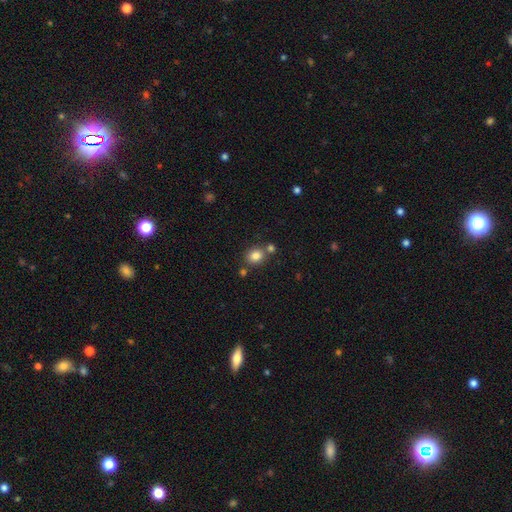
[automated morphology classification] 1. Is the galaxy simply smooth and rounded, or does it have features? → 82% smooth, 11% star or artifact, 7% featured or disk.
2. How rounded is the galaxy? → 66% round, 34% in between, 1% cigar-shaped.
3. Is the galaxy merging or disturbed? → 70% none, 17% merger, 10% minor disturbance, 3% major disturbance.